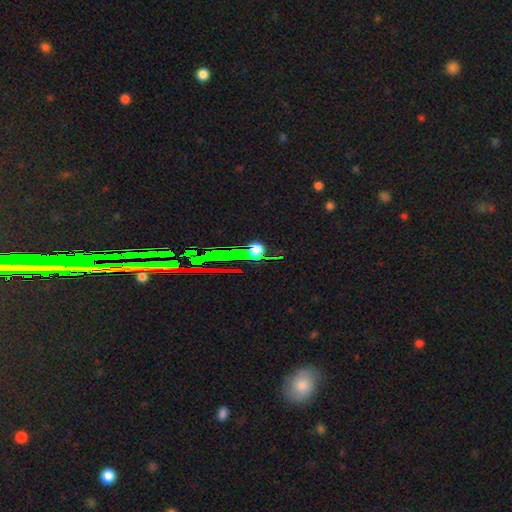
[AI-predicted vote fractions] A smooth galaxy with no disk features (47%).

Vote fractions:
- Smooth or featured? smooth: 47% / star or artifact: 33% / featured or disk: 20%
- Merging? none: 57% / minor disturbance: 20% / major disturbance: 18% / merger: 6%